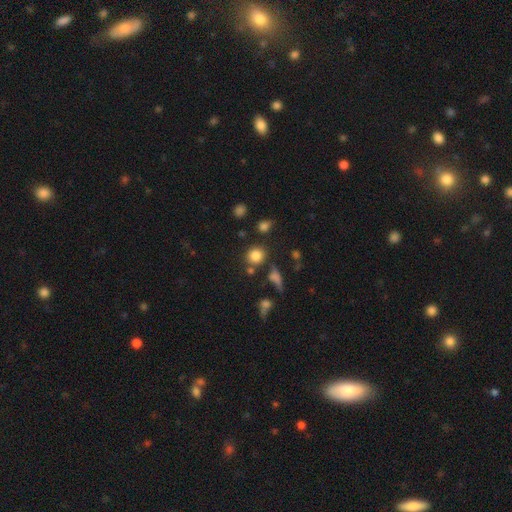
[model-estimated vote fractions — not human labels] Q: Smooth or featured?
A: smooth (81%); runner-up: star or artifact (12%)
Q: How rounded?
A: round (87%); runner-up: in between (12%)
Q: Merging?
A: none (76%); runner-up: merger (10%)